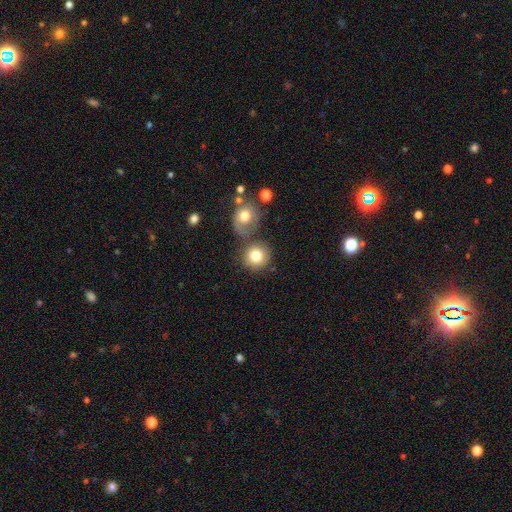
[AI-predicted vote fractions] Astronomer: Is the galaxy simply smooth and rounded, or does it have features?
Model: smooth — 81%.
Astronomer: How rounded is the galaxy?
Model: round — 89%.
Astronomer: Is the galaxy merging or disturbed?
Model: none — 63%.